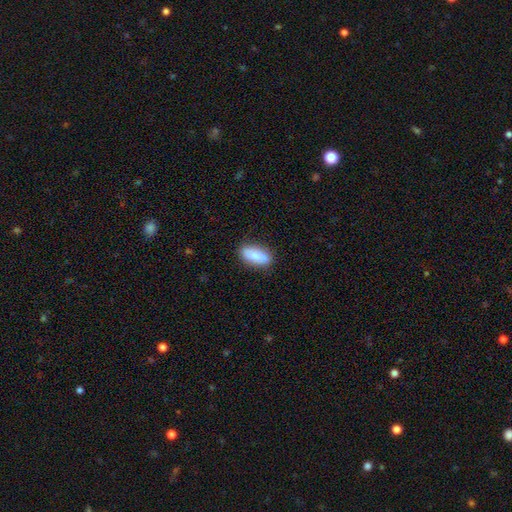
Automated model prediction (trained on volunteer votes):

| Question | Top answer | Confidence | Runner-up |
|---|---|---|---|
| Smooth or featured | smooth | 75% | featured or disk (18%) |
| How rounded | in between | 78% | cigar-shaped (19%) |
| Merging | none | 84% | minor disturbance (12%) |